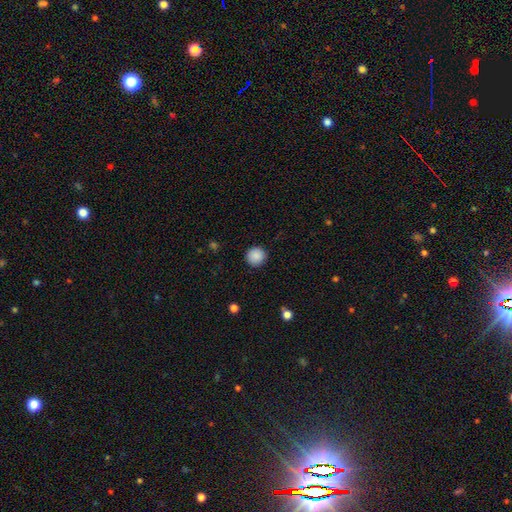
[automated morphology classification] type=smooth (88%); roundness=round (94%); merging=none (91%).